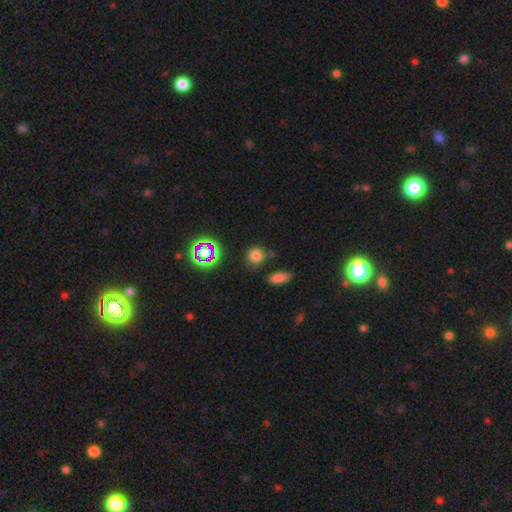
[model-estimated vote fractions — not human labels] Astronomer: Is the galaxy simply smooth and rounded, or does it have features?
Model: smooth — 73%.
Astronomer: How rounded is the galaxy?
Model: round — 84%.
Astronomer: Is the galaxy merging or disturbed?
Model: none — 76%.